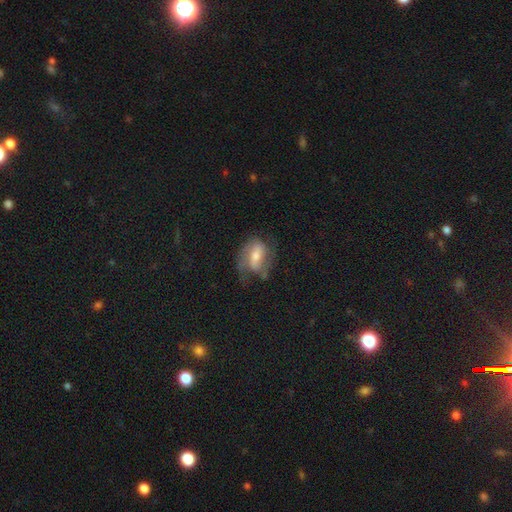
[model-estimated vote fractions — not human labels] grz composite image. It shows a featured or disk galaxy (66%) with a weak bar (42%), 2 (66%) medium (46%) spiral arms (85%) and a moderate central bulge (55%). Merging: none (54%).